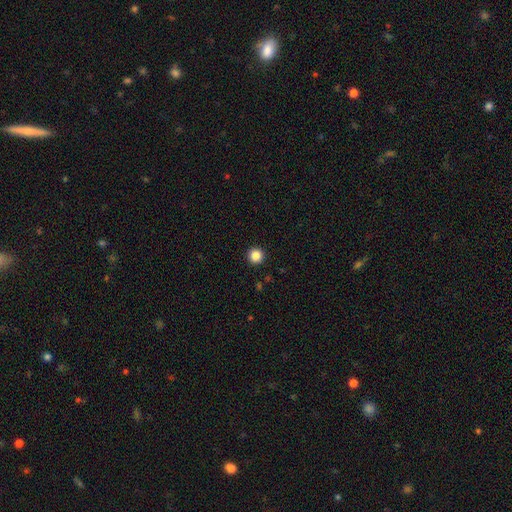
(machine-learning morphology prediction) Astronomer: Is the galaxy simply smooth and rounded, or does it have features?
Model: smooth — 86%.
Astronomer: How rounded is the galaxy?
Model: round — 96%.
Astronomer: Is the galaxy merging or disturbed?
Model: none — 94%.